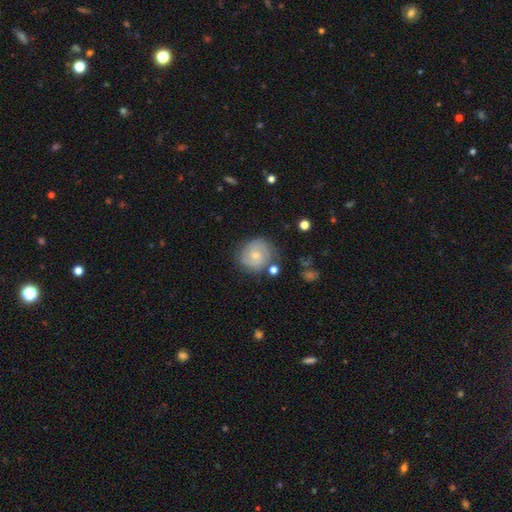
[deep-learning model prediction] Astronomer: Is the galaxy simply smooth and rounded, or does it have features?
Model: featured or disk — 51% (runner-up: smooth, 41%).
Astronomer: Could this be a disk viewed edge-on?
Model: no — 98%.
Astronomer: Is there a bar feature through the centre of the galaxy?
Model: no — 71%.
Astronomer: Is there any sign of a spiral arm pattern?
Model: yes — 83%.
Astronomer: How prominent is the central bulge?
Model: small — 56% (runner-up: moderate, 38%).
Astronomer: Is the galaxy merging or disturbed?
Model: none — 71%.